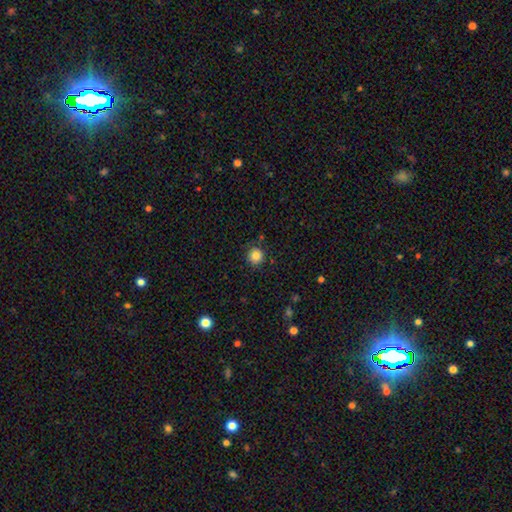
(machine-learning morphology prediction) Smooth or featured? smooth (83%)
How rounded? round (93%)
Merging? none (83%)